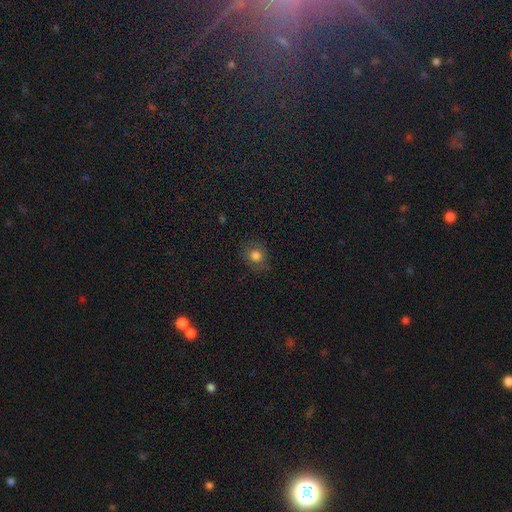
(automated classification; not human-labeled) Smooth or featured: smooth — 78% (star or artifact — 14%)
How rounded: round — 72% (in between — 27%)
Merging: none — 80% (minor disturbance — 14%)